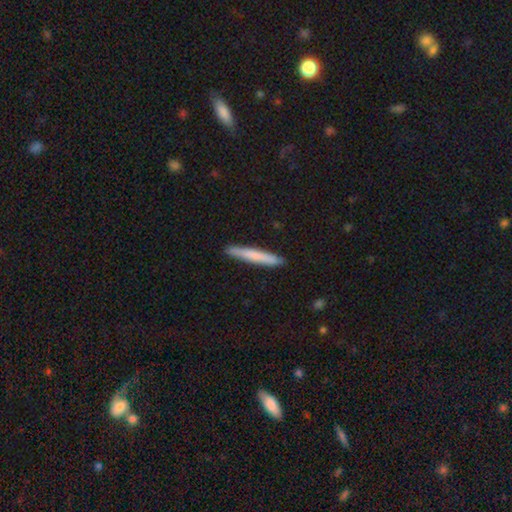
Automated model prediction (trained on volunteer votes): This appears to be a smooth galaxy with no disk features (72%) that is cigar-shaped (96%). Merging: none (90%).